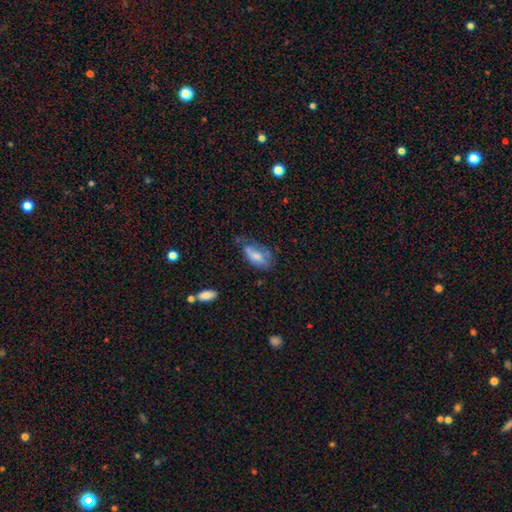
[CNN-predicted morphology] smooth 69%, featured or disk 24%, star or artifact 8%. Down the decision tree: how rounded — in between (90%); merging — none (45%).